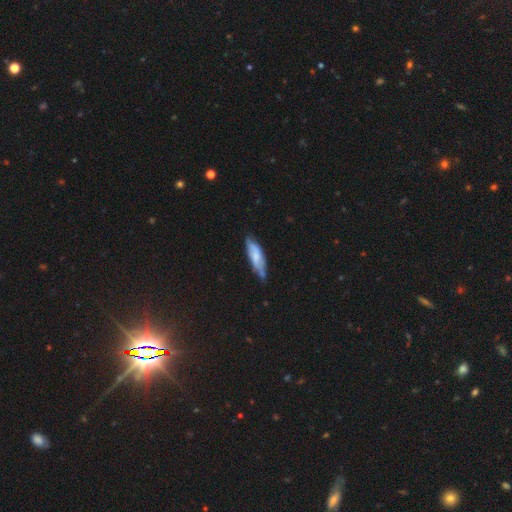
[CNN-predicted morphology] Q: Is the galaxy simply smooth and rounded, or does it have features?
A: smooth — 56%.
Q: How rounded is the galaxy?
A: in between — 49%, tied with cigar-shaped.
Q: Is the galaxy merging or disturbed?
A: none — 53%.